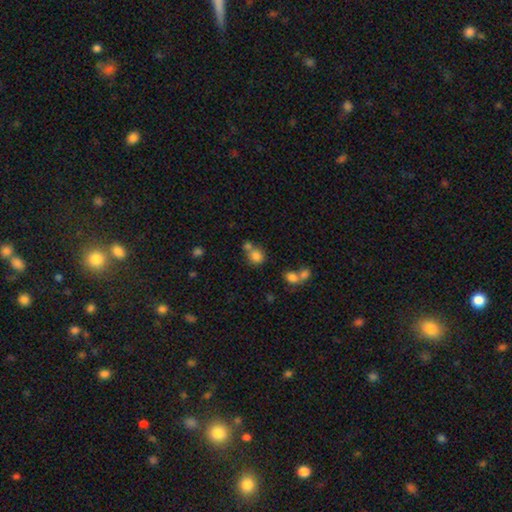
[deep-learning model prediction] Q: Smooth or featured?
A: smooth (79%); runner-up: star or artifact (13%)
Q: How rounded?
A: round (81%); runner-up: in between (18%)
Q: Merging?
A: none (50%); runner-up: merger (36%)